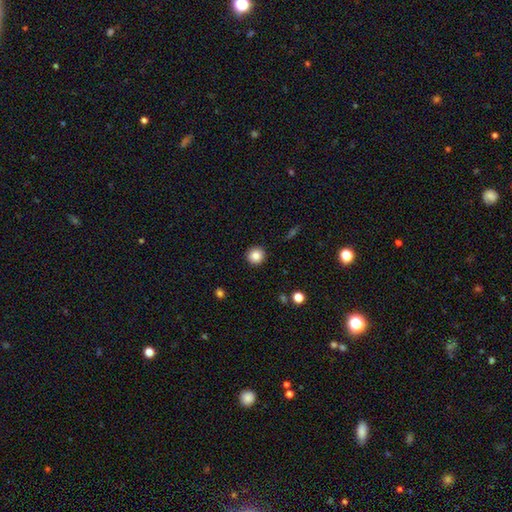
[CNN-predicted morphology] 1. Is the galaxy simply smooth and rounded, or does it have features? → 85% smooth, 10% star or artifact, 5% featured or disk.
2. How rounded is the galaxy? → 94% round, 5% in between, 1% cigar-shaped.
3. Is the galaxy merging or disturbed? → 92% none, 5% minor disturbance, 2% major disturbance, 1% merger.